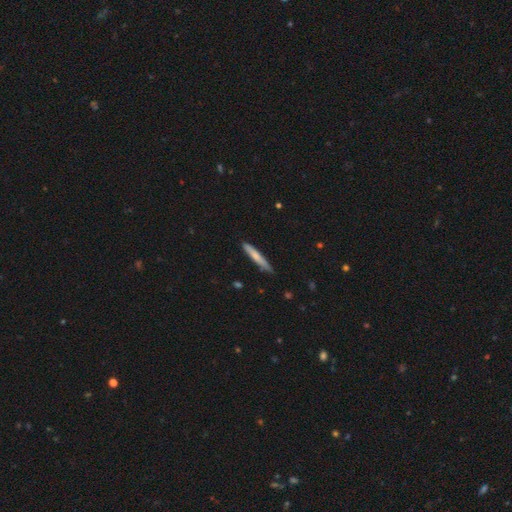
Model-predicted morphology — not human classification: The model was most divided on "smooth or featured": smooth: 66%, featured or disk: 29%, star or artifact: 5%. More confident: how rounded — cigar-shaped (94%); merging — none (82%).